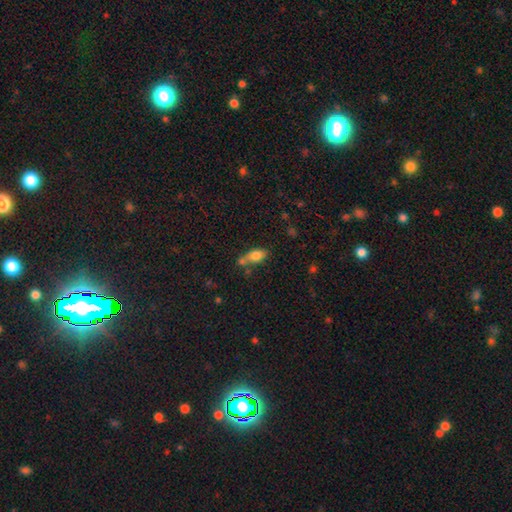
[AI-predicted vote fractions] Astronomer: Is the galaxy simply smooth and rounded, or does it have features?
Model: smooth — 76%.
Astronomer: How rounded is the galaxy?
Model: in between — 81%.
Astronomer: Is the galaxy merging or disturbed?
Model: none — 40% (runner-up: merger, 32%).